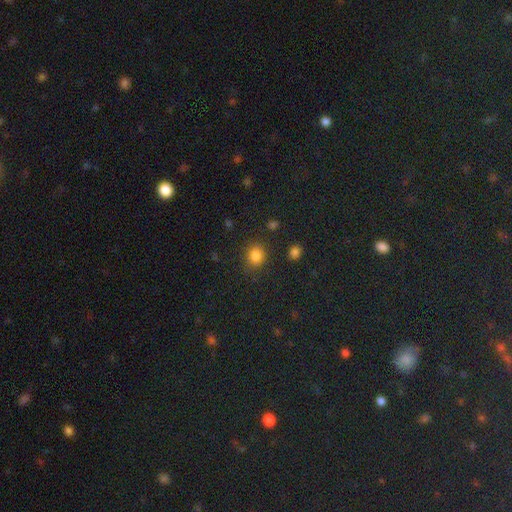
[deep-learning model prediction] Smooth or featured: smooth — 83% (star or artifact — 12%)
How rounded: round — 78% (in between — 21%)
Merging: none — 83% (minor disturbance — 11%)